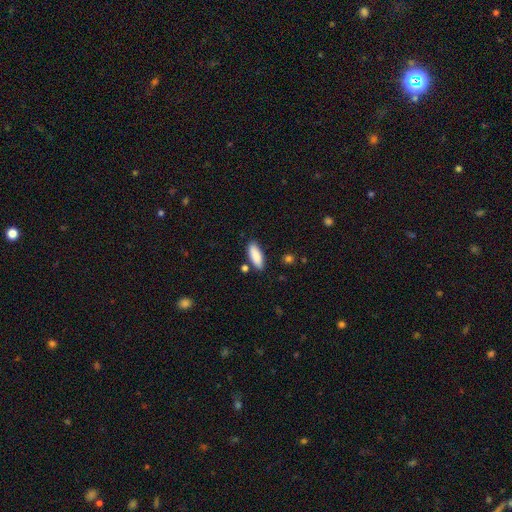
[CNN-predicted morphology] Smooth or featured? Predicted: smooth (p=0.88). How rounded? Predicted: in between (p=0.73). Merging? Predicted: none (p=0.82).